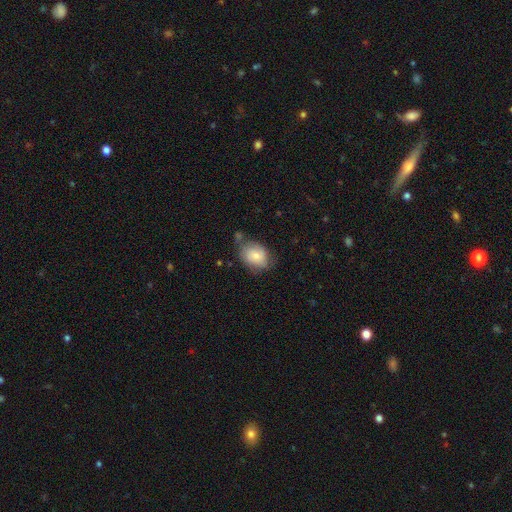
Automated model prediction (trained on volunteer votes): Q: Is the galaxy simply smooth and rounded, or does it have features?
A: smooth — 74%.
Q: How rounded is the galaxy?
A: in between — 62%.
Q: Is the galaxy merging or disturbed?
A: none — 57%.